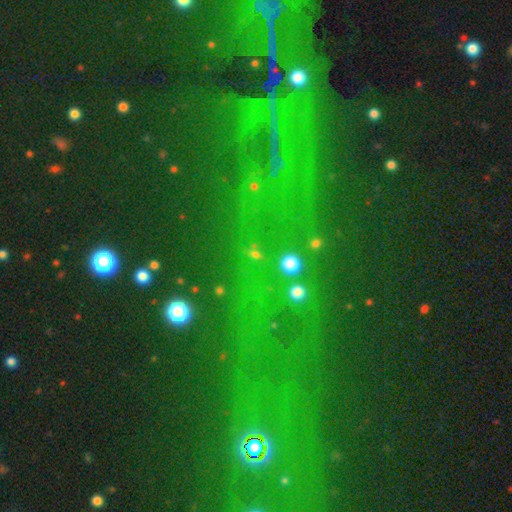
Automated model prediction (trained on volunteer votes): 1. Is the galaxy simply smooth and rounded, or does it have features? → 77% star or artifact, 14% smooth, 9% featured or disk.